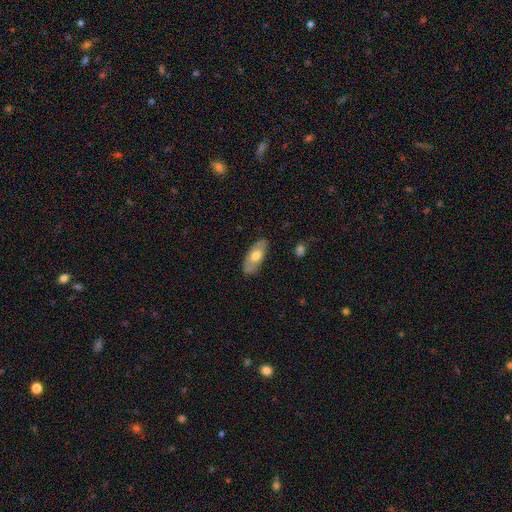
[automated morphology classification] type=smooth (60%); roundness=in between (86%); merging=none (81%).